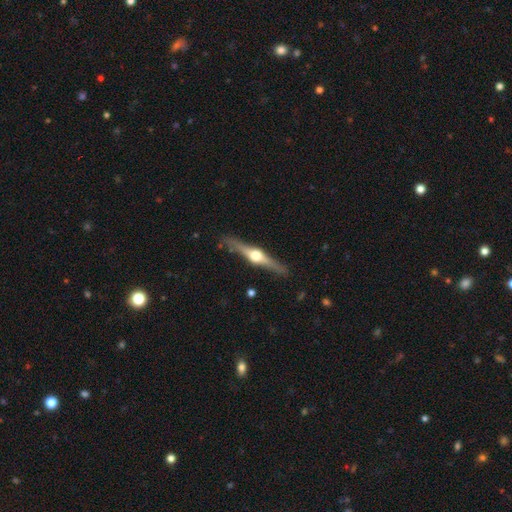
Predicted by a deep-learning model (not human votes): Smooth or featured? featured or disk (81%)
Edge-on disk? yes (98%)
Edge-on bulge? rounded (96%)
Merging? none (89%)